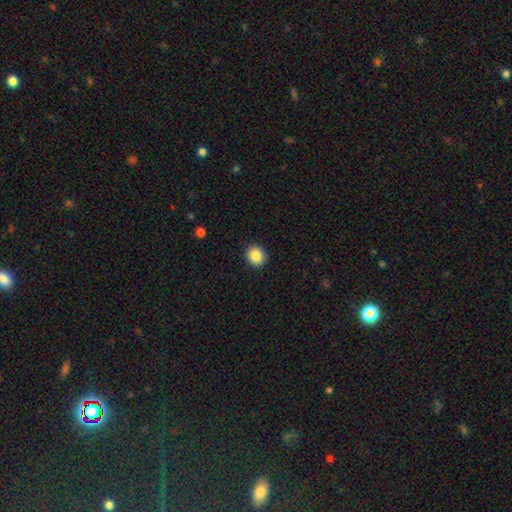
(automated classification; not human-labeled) Overall: smooth (86%). How rounded: round (84%). Merging: none (92%).